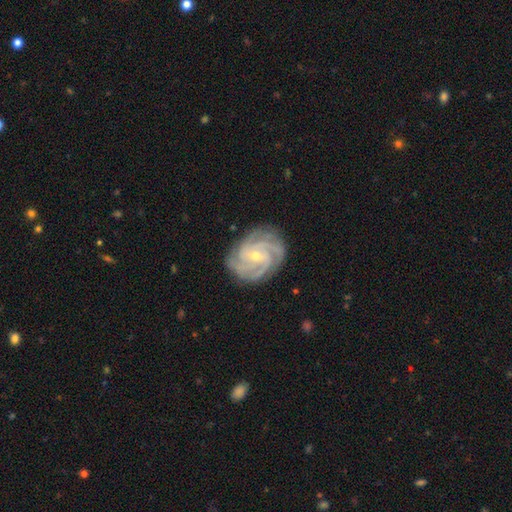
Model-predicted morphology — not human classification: Smooth or featured? featured or disk (90%)
Edge-on disk? no (98%)
Bar? weak (44%)
Spiral arms? yes (98%)
Spiral winding? tight (67%)
Spiral arm count? 4 (38%)
Bulge size? small (59%)
Merging? none (82%)